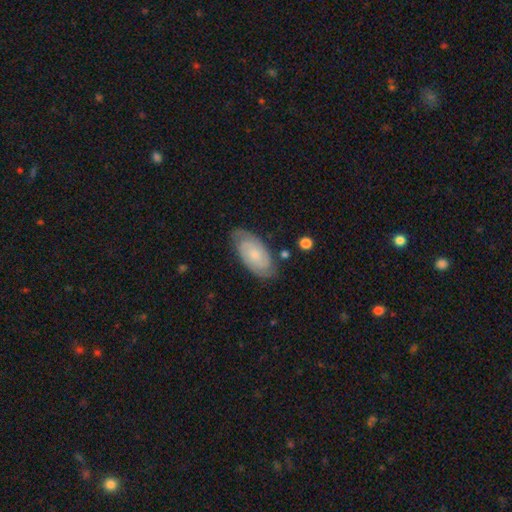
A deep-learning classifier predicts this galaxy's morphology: Smooth or featured? featured or disk (69%)
Edge-on disk? no (95%)
Bar? no (66%)
Spiral arms? yes (94%)
Spiral winding? tight (60%)
Spiral arm count? 2 (72%)
Bulge size? small (61%)
Merging? none (77%)